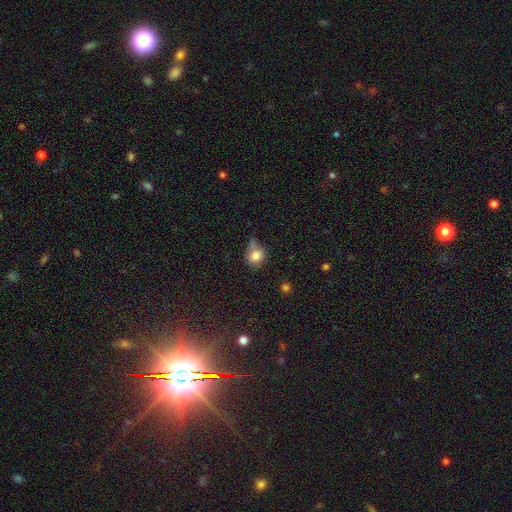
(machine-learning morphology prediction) The model was most divided on "merging": none: 50%, minor disturbance: 25%, merger: 16%, major disturbance: 8%. More confident: smooth or featured — smooth (79%); how rounded — round (75%).